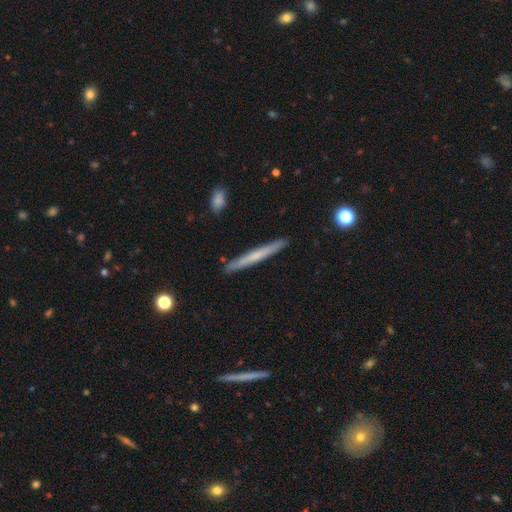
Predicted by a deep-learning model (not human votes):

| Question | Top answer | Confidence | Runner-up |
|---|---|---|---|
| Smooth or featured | smooth | 54% | featured or disk (40%) |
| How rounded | cigar-shaped | 97% | in between (2%) |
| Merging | none | 91% | minor disturbance (7%) |